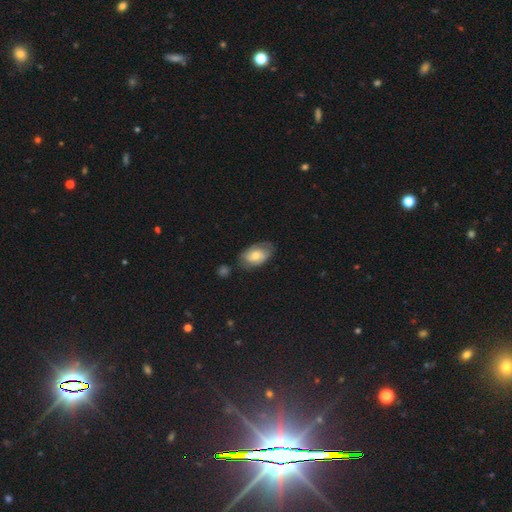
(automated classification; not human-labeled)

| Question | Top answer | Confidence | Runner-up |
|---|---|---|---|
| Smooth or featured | smooth | 58% | featured or disk (35%) |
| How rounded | in between | 90% | round (8%) |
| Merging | none | 64% | minor disturbance (25%) |